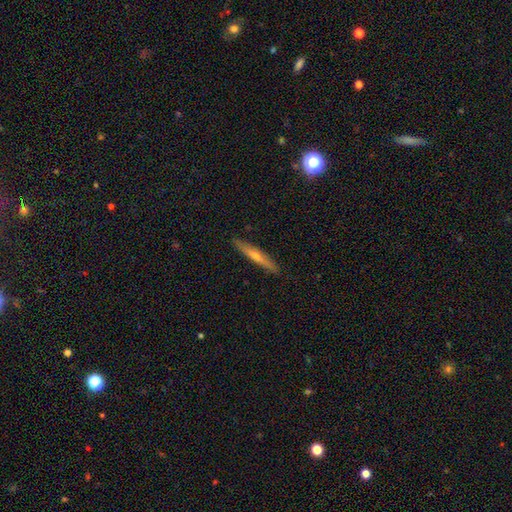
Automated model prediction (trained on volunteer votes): The model was most divided on "smooth or featured": featured or disk: 58%, smooth: 35%, star or artifact: 7%. More confident: edge-on disk — yes (95%); merging — none (90%); edge-on bulge — rounded (70%).